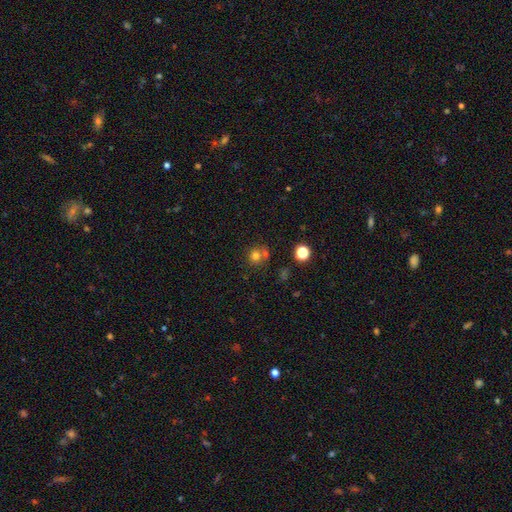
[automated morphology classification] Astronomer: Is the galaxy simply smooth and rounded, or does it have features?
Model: smooth — 73%.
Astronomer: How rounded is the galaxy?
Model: round — 85%.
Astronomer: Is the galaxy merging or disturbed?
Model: none — 58%.